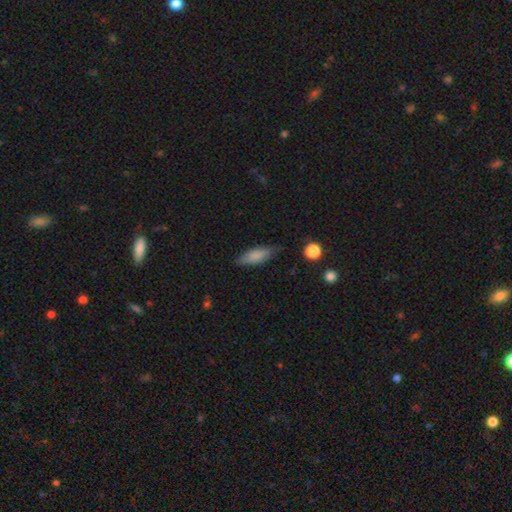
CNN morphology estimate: Smooth or featured? smooth (79%)
How rounded? in between (61%)
Merging? none (74%)